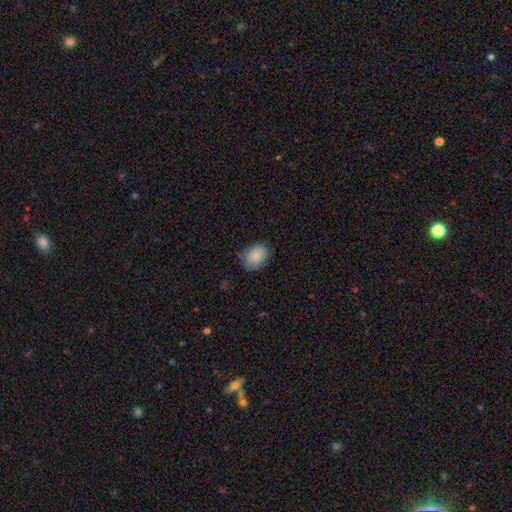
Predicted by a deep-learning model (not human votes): smooth 87%, star or artifact 8%, featured or disk 6%. Down the decision tree: how rounded — in between (60%); merging — none (76%).